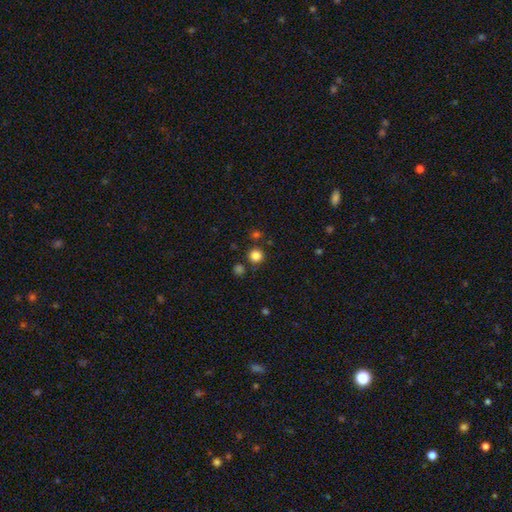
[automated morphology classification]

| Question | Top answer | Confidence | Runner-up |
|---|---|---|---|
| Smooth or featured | smooth | 83% | star or artifact (13%) |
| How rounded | round | 94% | in between (5%) |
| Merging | none | 84% | minor disturbance (7%) |